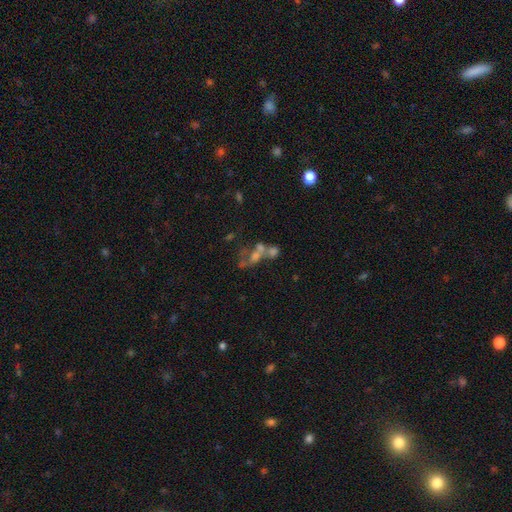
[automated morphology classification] Smooth or featured: featured or disk — 45% (smooth — 32%)
Merging: merger — 53% (none — 21%)